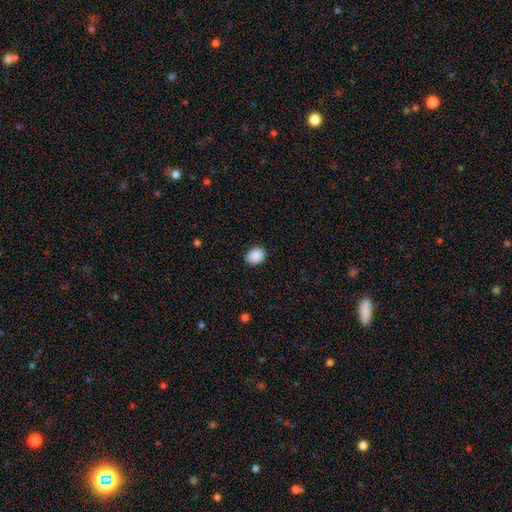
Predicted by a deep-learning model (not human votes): smooth 90%, star or artifact 8%, featured or disk 2%. Down the decision tree: how rounded — in between (51%); merging — none (86%).